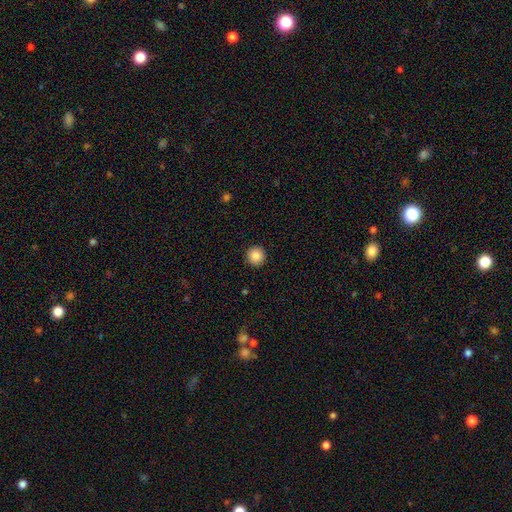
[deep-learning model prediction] A smooth galaxy with no disk features (87%) that is round (95%). Merging: none (93%).